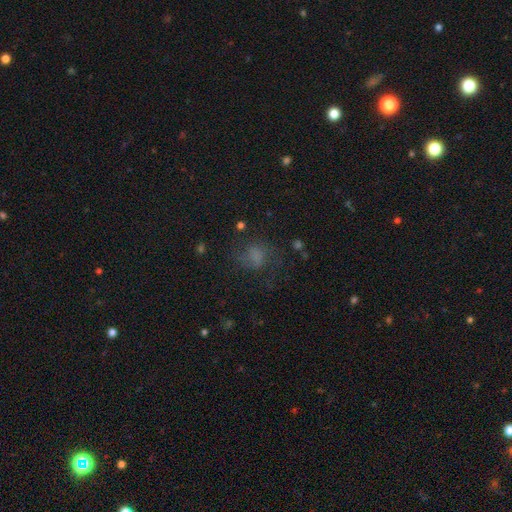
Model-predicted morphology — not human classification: type=smooth (52%); roundness=round (56%); merging=none (56%).